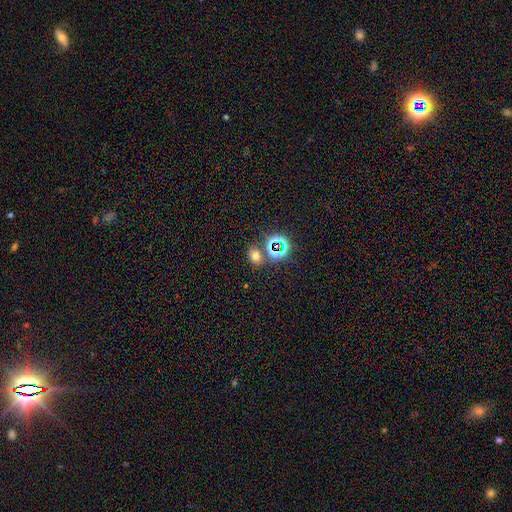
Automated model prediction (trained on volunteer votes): smooth_or_featured: smooth (p=0.59) [alt: star or artifact p=0.33]
how_rounded: in between (p=0.54) [alt: round p=0.45]
merging: none (p=0.72) [alt: merger p=0.15]